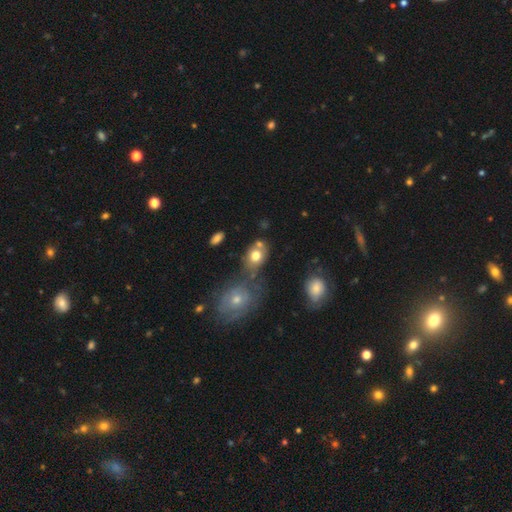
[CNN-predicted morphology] smooth-or-featured: smooth: 72% | featured or disk: 18% | star or artifact: 11%
  how-rounded: in between: 59% | round: 40% | cigar-shaped: 1%
  merging: none: 42% | merger: 34% | minor disturbance: 17% | major disturbance: 8%